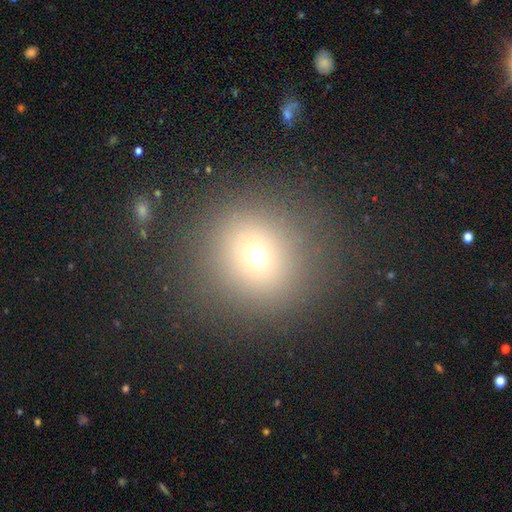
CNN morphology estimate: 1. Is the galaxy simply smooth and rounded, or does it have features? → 66% smooth, 23% star or artifact, 11% featured or disk.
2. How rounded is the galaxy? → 91% round, 8% in between, 1% cigar-shaped.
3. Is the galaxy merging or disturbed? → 85% none, 7% minor disturbance, 5% major disturbance, 2% merger.